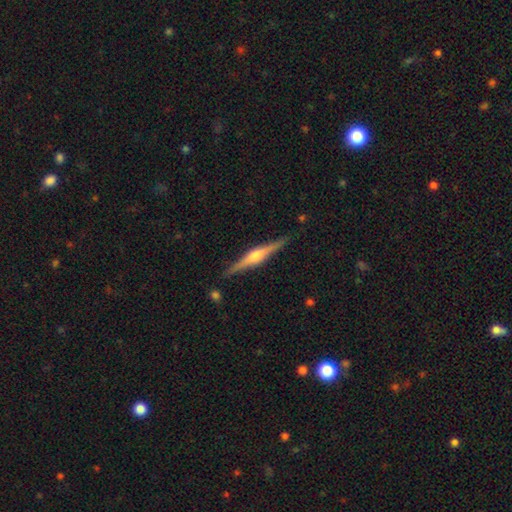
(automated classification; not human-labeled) Smooth or featured? Predicted: featured or disk (p=0.79). Edge-on disk? Predicted: yes (p=0.98). Edge-on bulge? Predicted: rounded (p=0.84). Merging? Predicted: none (p=0.90).